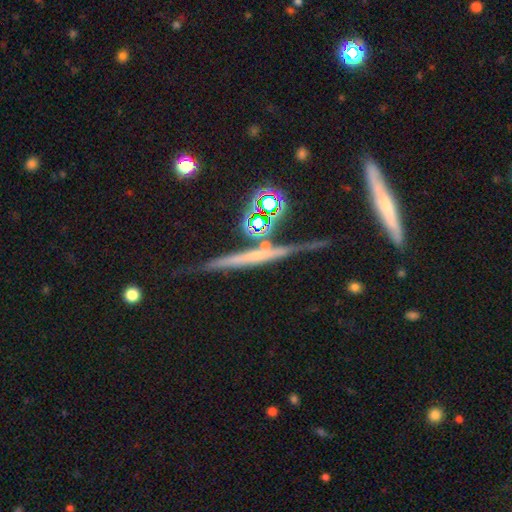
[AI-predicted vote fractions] Smooth or featured?
  - featured or disk: 59% *
  - smooth: 25%
  - star or artifact: 16%
Edge-on disk?
  - yes: 93% *
  - no: 7%
Edge-on bulge?
  - none: 65% *
  - rounded: 24%
  - boxy: 11%
Merging?
  - none: 73% *
  - minor disturbance: 15%
  - merger: 7%
  - major disturbance: 5%